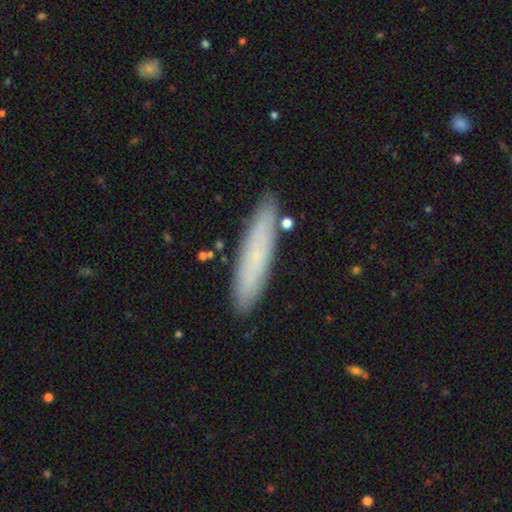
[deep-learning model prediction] This is likely a smooth galaxy (66%). How rounded: clearly cigar-shaped (86%). Merging: clearly none (86%).